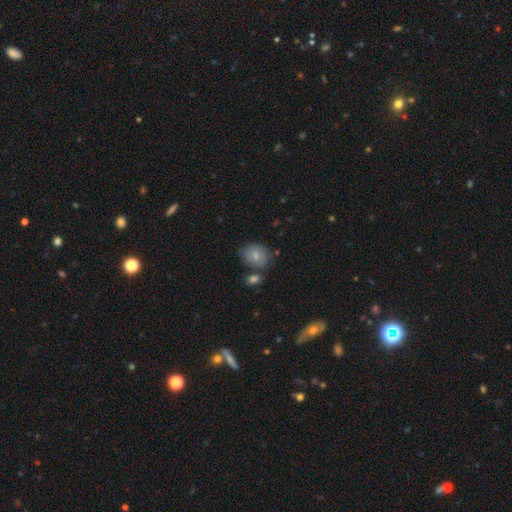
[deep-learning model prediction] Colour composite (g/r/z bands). It shows a smooth galaxy with no disk features (78%) that is in between round and cigar-shaped (60%). Merging: none (64%).